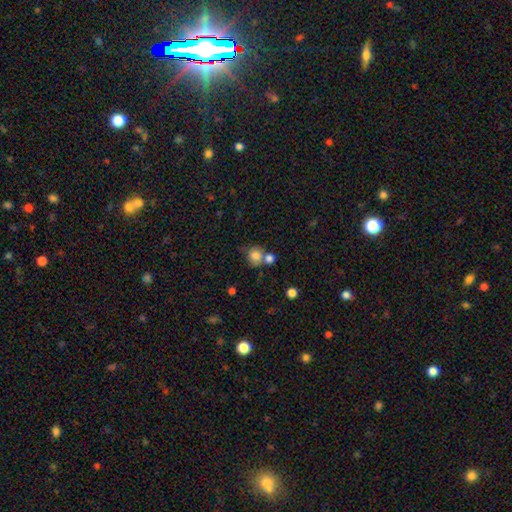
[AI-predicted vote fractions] A smooth galaxy with no disk features (80%) that is round (83%). Merging: none (50%).